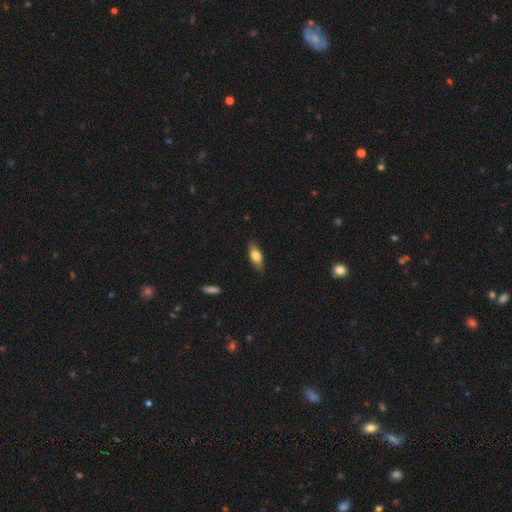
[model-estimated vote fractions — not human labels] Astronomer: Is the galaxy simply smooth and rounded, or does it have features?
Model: smooth — 77%.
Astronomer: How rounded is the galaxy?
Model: in between — 80%.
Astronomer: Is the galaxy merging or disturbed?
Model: none — 82%.